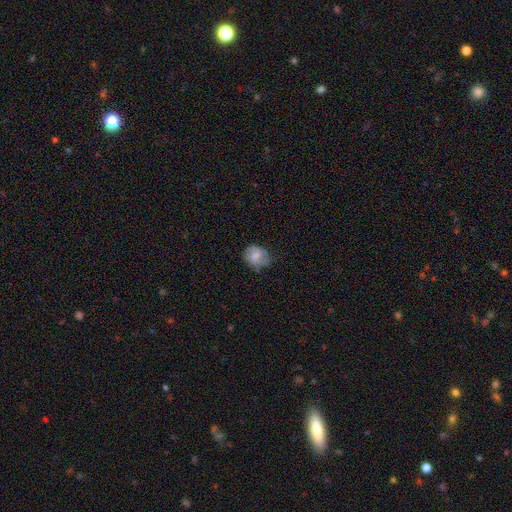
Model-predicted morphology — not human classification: A smooth galaxy with no disk features (68%) that is round (62%). Merging: none (60%).